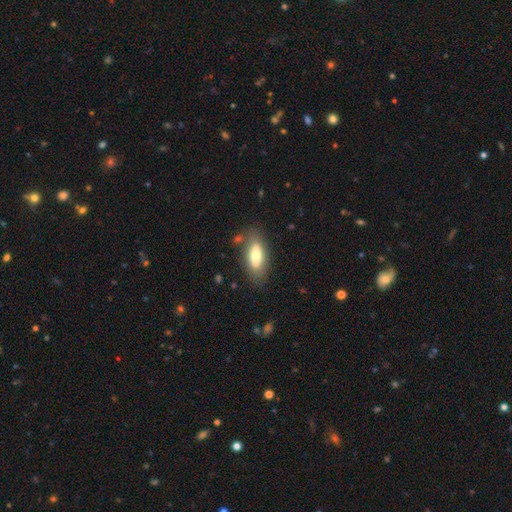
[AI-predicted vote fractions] A smooth galaxy with no disk features (69%) that is in between round and cigar-shaped (81%).

Vote fractions:
- Smooth or featured? smooth: 69% / featured or disk: 24% / star or artifact: 7%
- How rounded? in between: 81% / cigar-shaped: 16% / round: 3%
- Merging? none: 77% / minor disturbance: 15% / major disturbance: 5% / merger: 4%